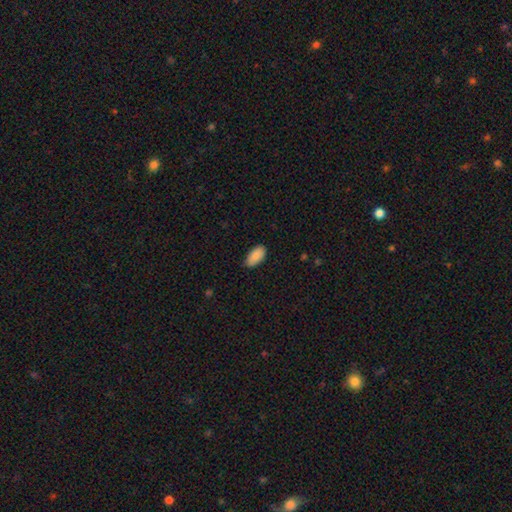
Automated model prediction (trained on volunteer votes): Q: Smooth or featured?
A: smooth (85%); runner-up: featured or disk (8%)
Q: How rounded?
A: in between (94%); runner-up: cigar-shaped (4%)
Q: Merging?
A: none (81%); runner-up: minor disturbance (16%)